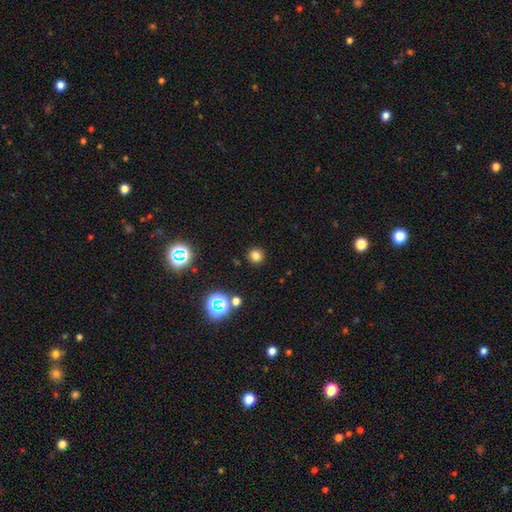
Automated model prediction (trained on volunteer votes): The model was most divided on "smooth or featured": smooth: 76%, star or artifact: 19%, featured or disk: 5%. More confident: how rounded — round (93%); merging — none (90%).